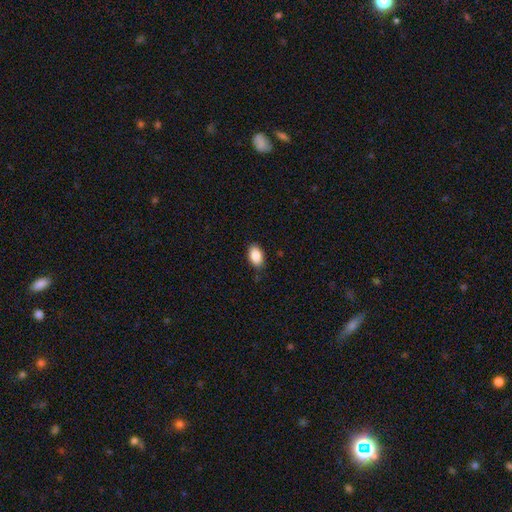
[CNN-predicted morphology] smooth 89%, star or artifact 7%, featured or disk 4%. Down the decision tree: how rounded — in between (90%); merging — none (84%).